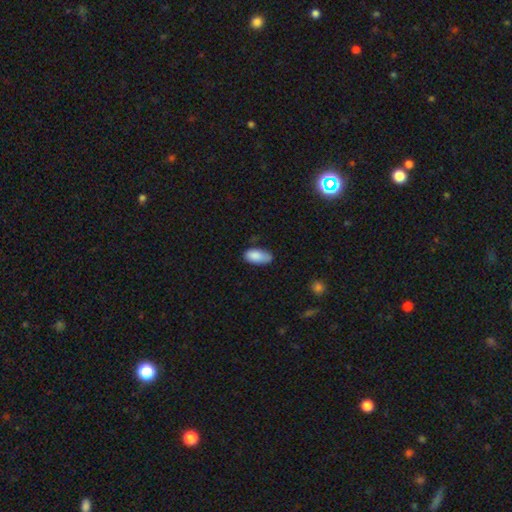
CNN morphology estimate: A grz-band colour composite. It shows a smooth galaxy with no disk features (86%) that is in between round and cigar-shaped (92%). Merging: none (59%).